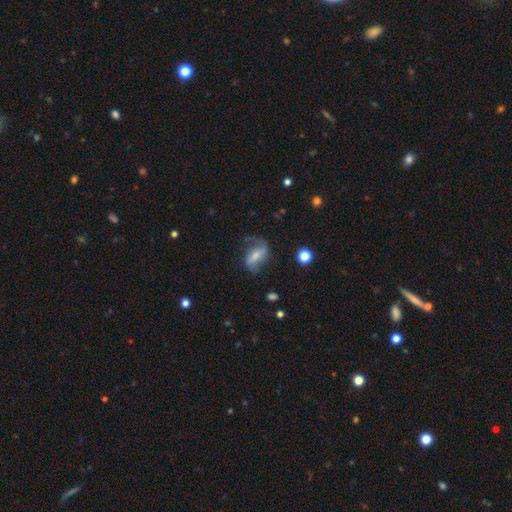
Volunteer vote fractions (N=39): This appears to be a featured or disk galaxy (79%) with a weak bar (57%), 2 (74%) loose (81%) spiral arms (90%) and a moderate central bulge (50%). Merging: none (59%).